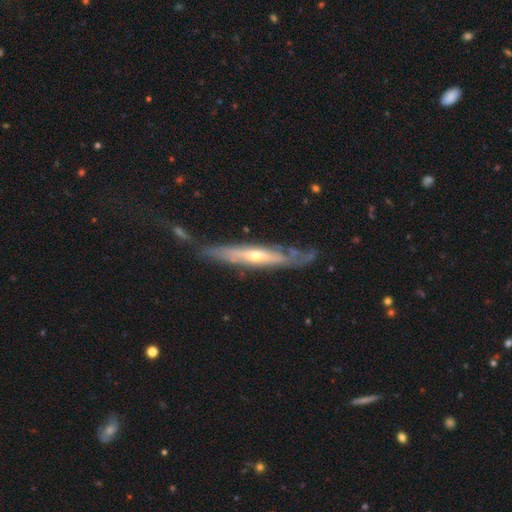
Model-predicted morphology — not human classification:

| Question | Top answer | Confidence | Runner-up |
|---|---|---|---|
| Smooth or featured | featured or disk | 75% | smooth (20%) |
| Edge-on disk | yes | 59% | no (41%) |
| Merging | none | 65% | minor disturbance (22%) |